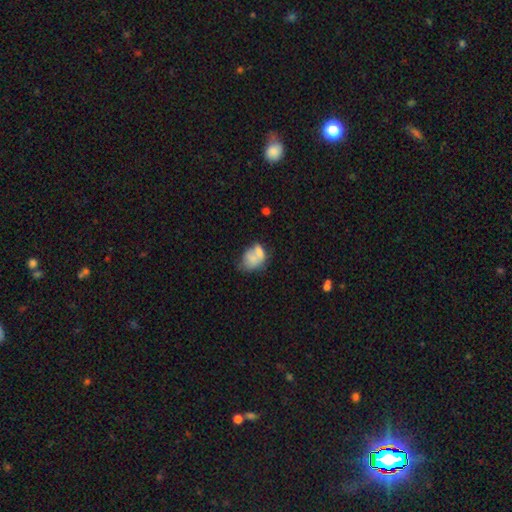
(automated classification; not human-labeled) Smooth or featured? smooth (68%)
How rounded? in between (67%)
Merging? merger (46%)